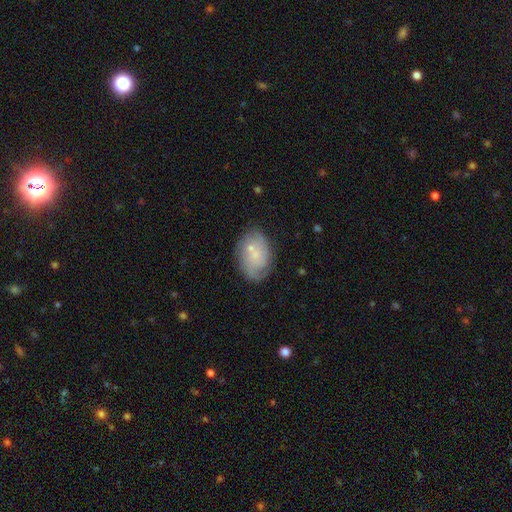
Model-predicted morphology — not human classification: type=featured or disk (51%); edge-on=no (96%); merging=none (62%).